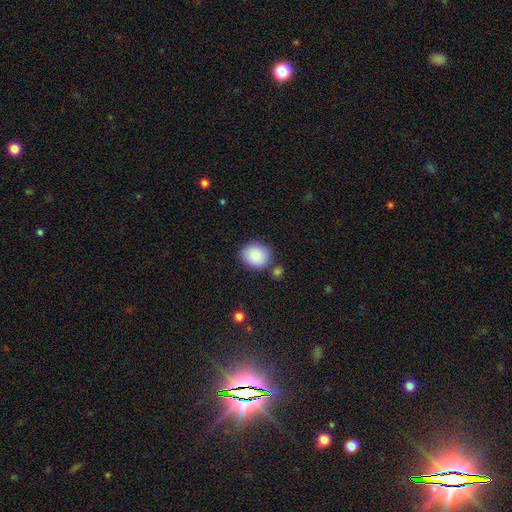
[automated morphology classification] smooth-or-featured: smooth: 86% | star or artifact: 7% | featured or disk: 7%
  how-rounded: round: 72% | in between: 27% | cigar-shaped: 1%
  merging: none: 78% | minor disturbance: 12% | merger: 7% | major disturbance: 3%